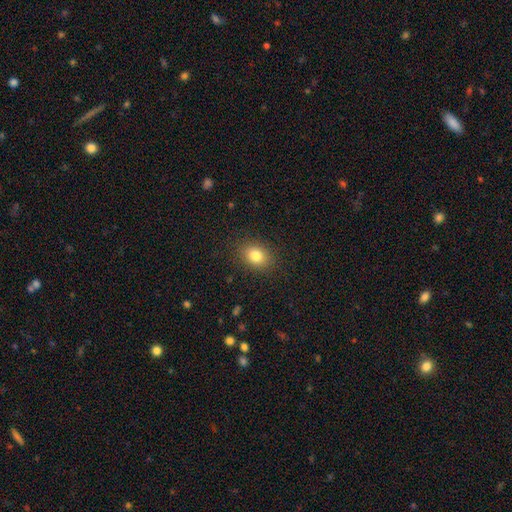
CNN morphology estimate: A smooth galaxy with no disk features (82%) that is in between round and cigar-shaped (61%). Merging: none (87%).